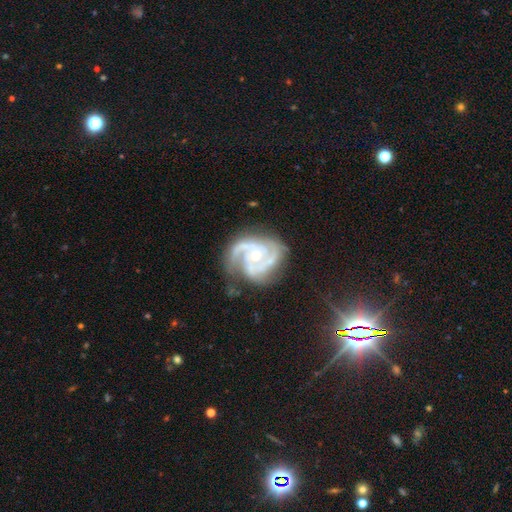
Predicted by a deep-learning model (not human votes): Smooth or featured: featured or disk — 92% (star or artifact — 4%)
Edge-on disk: no — 98% (yes — 2%)
Bar: no — 68% (weak — 24%)
Spiral arms: yes — 98% (no — 2%)
Spiral winding: tight — 48% (medium — 45%)
Spiral arm count: 3 — 58% (2 — 22%)
Bulge size: small — 50% (moderate — 46%)
Merging: none — 67% (minor disturbance — 21%)